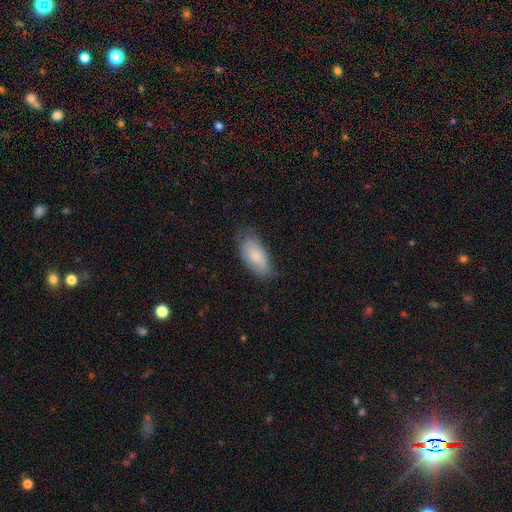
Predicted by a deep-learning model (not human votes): Smooth or featured? smooth (79%)
How rounded? in between (90%)
Merging? none (66%)